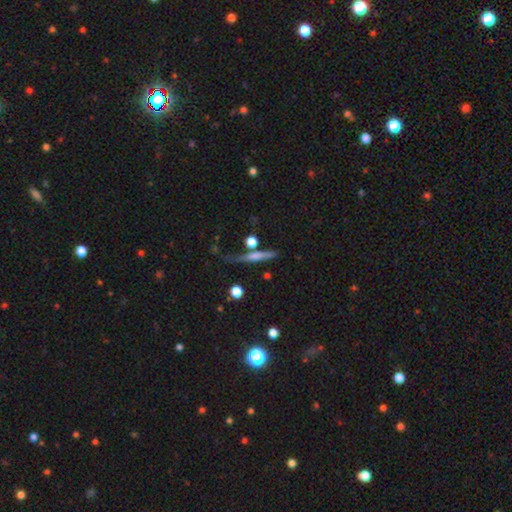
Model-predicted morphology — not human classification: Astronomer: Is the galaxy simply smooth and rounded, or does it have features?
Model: smooth — 48% (runner-up: featured or disk, 42%).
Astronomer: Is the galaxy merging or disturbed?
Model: none — 66%.